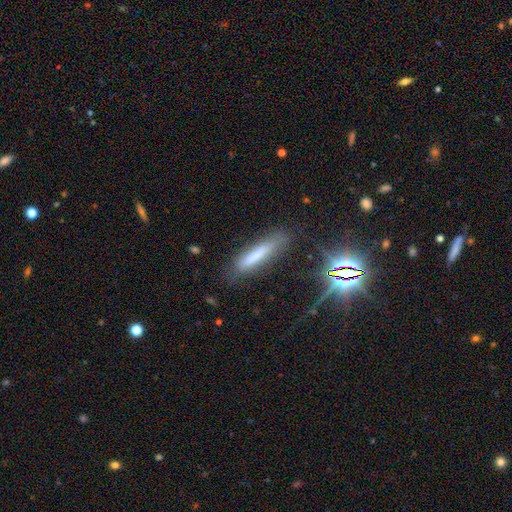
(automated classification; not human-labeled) Overall: smooth (65%). How rounded: cigar-shaped (85%). Merging: none (75%).